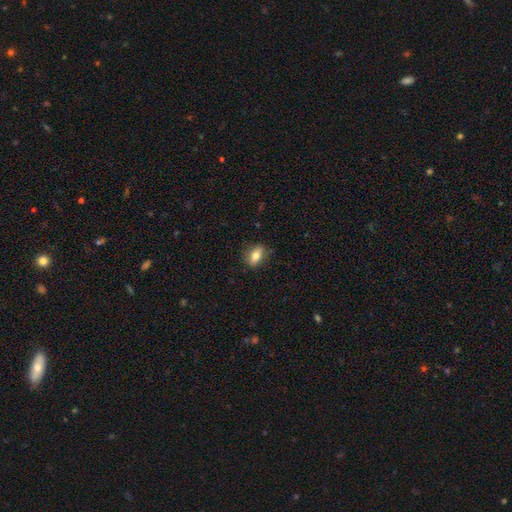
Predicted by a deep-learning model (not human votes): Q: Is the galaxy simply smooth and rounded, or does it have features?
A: smooth — 75%.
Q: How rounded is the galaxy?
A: in between — 81%.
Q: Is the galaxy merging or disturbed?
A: none — 81%.